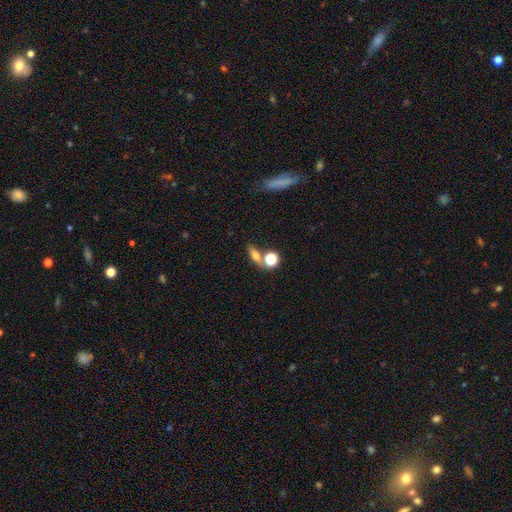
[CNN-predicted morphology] Overall: smooth (59%; featured or disk 26%). How rounded: in between (48%; cigar-shaped 29%). Merging: none (59%; merger 24%).